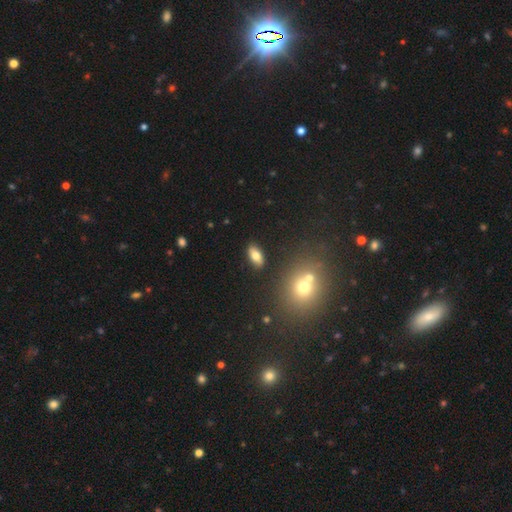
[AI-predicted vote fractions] Overall: smooth (76%). How rounded: in between (86%). Merging: none (88%).